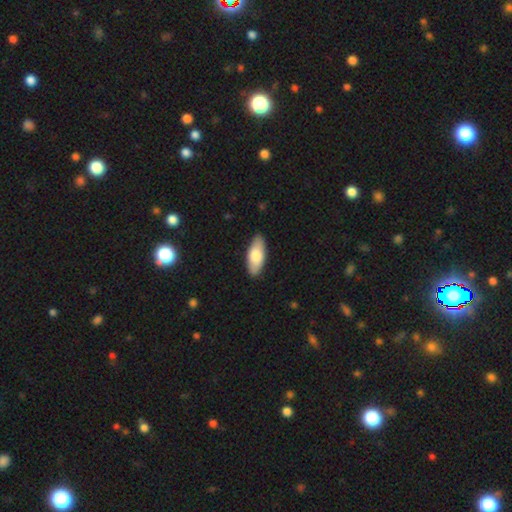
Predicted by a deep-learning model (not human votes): A smooth galaxy with no disk features (76%) that is in between round and cigar-shaped (82%).

Vote fractions:
- Smooth or featured? smooth: 76% / featured or disk: 19% / star or artifact: 5%
- How rounded? in between: 82% / cigar-shaped: 16% / round: 2%
- Merging? none: 88% / minor disturbance: 9% / major disturbance: 2% / merger: 1%